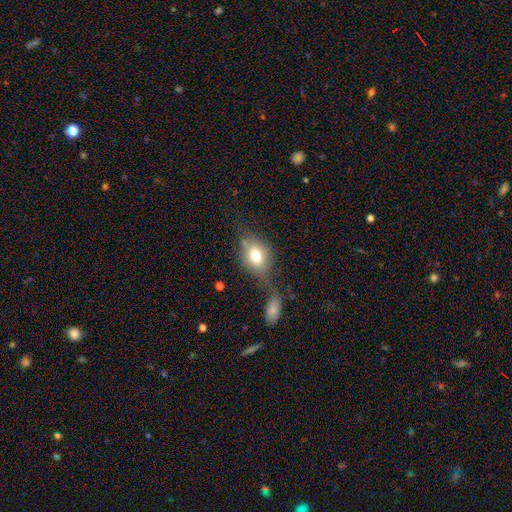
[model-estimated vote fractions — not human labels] Overall: smooth (72%). How rounded: in between (71%). Merging: none (44%; merger 25%).